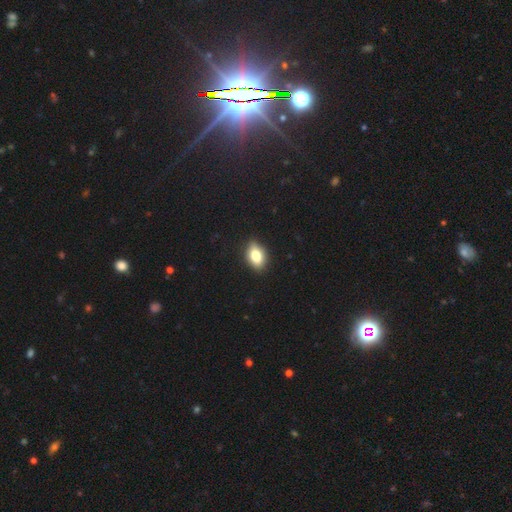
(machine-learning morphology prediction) Overall: smooth (77%). How rounded: in between (84%). Merging: none (86%).